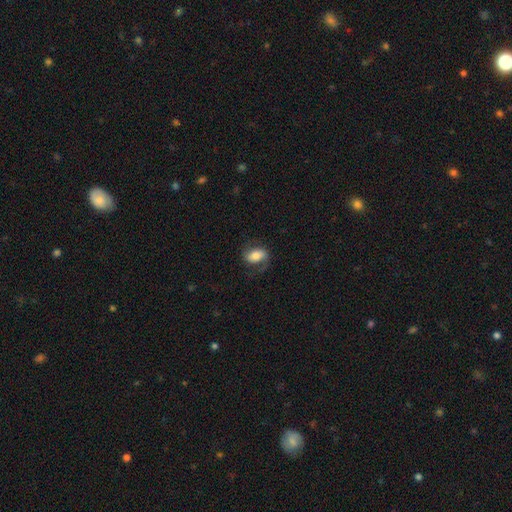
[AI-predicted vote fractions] smooth 51%, featured or disk 41%, star or artifact 8%. Down the decision tree: how rounded — in between (83%); merging — none (65%).